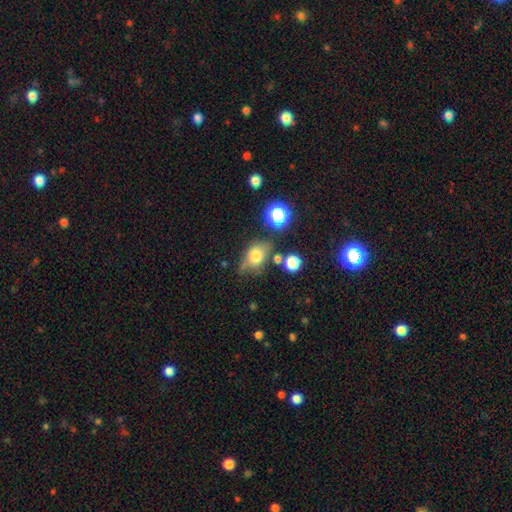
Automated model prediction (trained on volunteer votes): The model was most divided on "merging": none: 54%, minor disturbance: 26%, major disturbance: 10%, merger: 9%. More confident: how rounded — in between (71%); smooth or featured — smooth (69%).